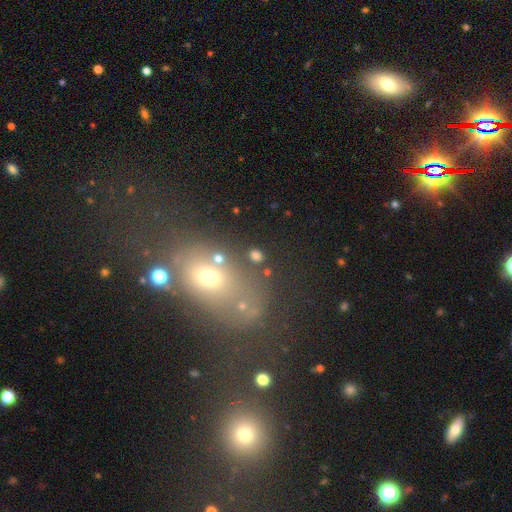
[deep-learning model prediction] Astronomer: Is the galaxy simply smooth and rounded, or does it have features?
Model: smooth — 73%.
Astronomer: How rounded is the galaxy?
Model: round — 54% (runner-up: in between, 43%).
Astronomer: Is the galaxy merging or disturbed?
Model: none — 79%.